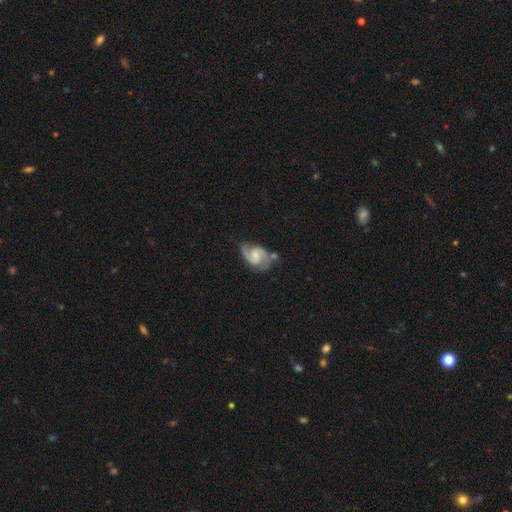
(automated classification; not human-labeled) Morphology: type=featured or disk (86%); edge-on=no (98%); bar=weak (48%); spiral arms=yes (97%); winding=medium (57%); arm count=2 (92%); bulge=small (43%); merging=none (66%).